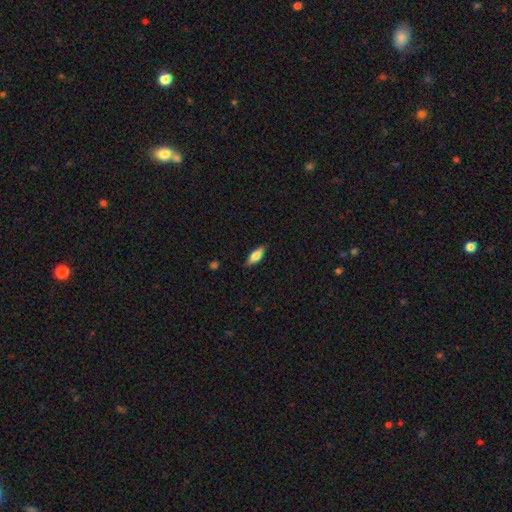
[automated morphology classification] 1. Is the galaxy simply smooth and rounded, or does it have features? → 78% smooth, 15% featured or disk, 6% star or artifact.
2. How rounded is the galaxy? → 70% in between, 27% cigar-shaped, 2% round.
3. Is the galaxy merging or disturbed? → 86% none, 11% minor disturbance, 2% major disturbance, 1% merger.